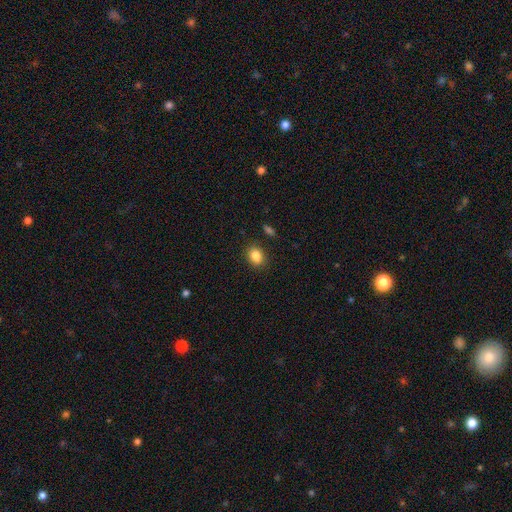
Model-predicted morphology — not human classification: smooth-or-featured: smooth: 85% | star or artifact: 9% | featured or disk: 6%
  how-rounded: in between: 64% | round: 34% | cigar-shaped: 1%
  merging: none: 85% | minor disturbance: 10% | major disturbance: 3% | merger: 2%